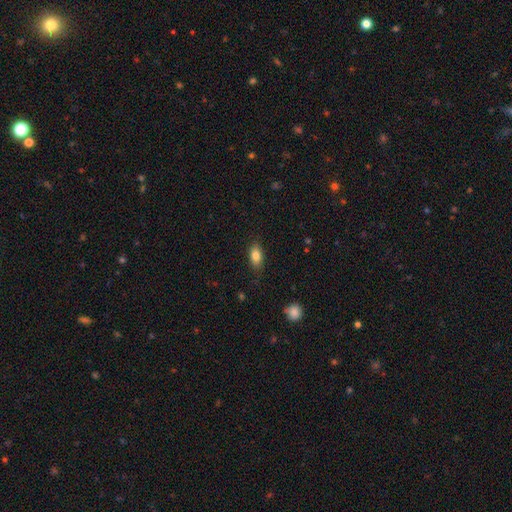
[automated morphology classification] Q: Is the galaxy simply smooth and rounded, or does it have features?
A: smooth — 84%.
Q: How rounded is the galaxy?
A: in between — 88%.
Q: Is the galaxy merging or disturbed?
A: none — 83%.